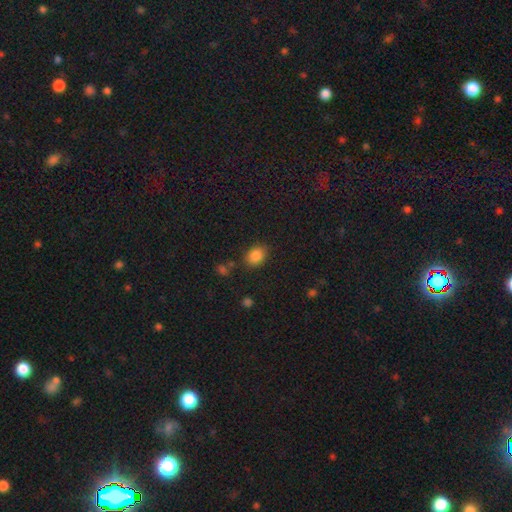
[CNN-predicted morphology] Smooth or featured? smooth (84%)
How rounded? in between (60%)
Merging? none (80%)